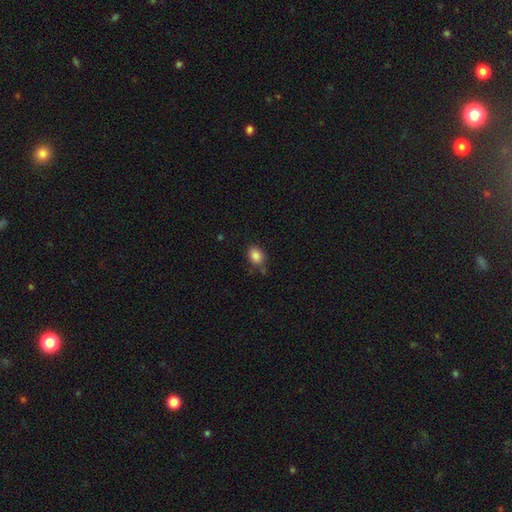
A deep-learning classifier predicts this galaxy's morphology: type=smooth (86%); roundness=in between (67%); merging=none (71%).